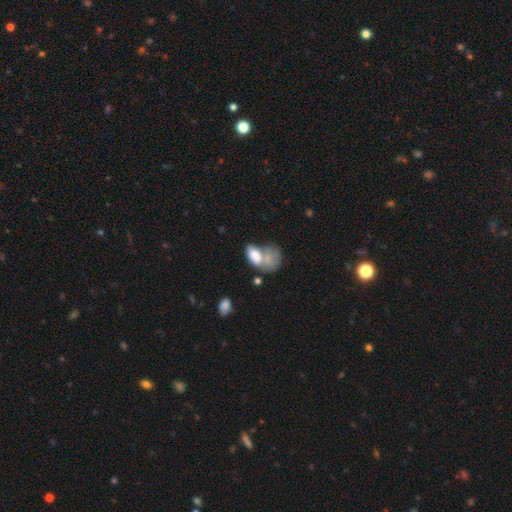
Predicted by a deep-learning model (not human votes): This is likely a smooth galaxy (73%). How rounded: clearly in between (88%). Merging: possibly merger (47%).